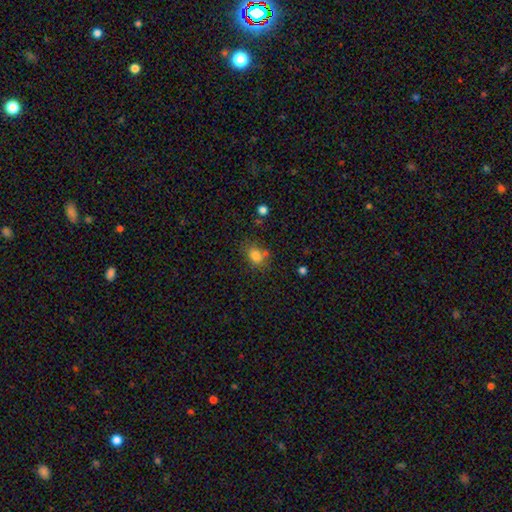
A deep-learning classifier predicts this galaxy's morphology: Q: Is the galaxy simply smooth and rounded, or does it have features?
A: smooth — 80%.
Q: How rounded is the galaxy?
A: in between — 57%.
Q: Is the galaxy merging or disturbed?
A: none — 63%.